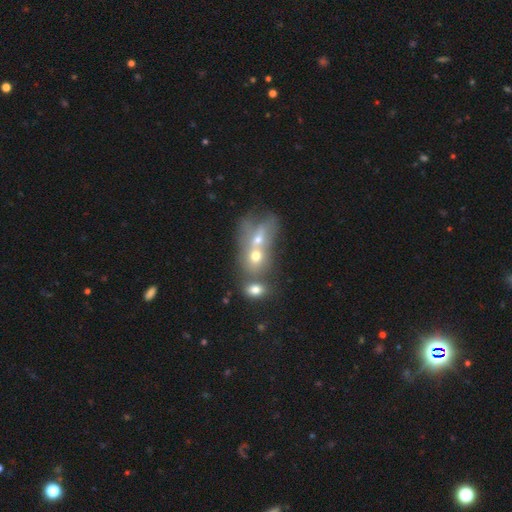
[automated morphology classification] smooth_or_featured: smooth (p=0.52) [alt: featured or disk p=0.33]
how_rounded: in between (p=0.57) [alt: round p=0.40]
merging: merger (p=0.71) [alt: none p=0.17]